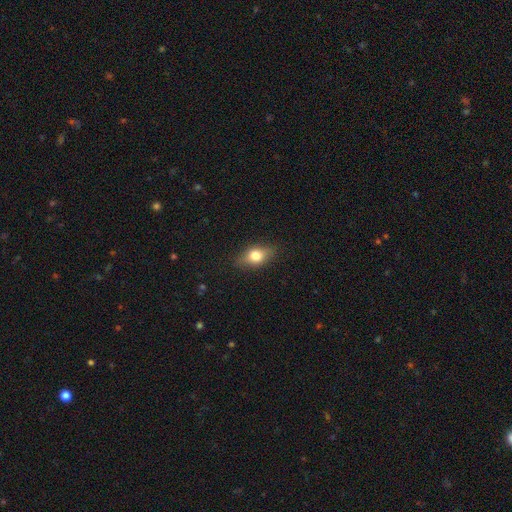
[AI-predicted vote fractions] Smooth or featured? Predicted: smooth (p=0.69). How rounded? Predicted: in between (p=0.75). Merging? Predicted: none (p=0.84).